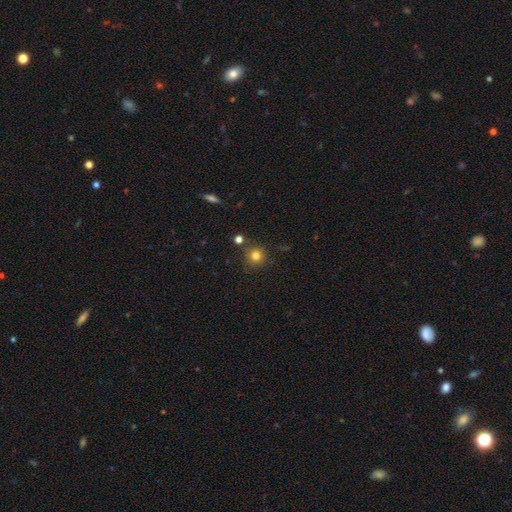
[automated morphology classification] A smooth galaxy with no disk features (79%) that is round (93%).

Vote fractions:
- Smooth or featured? smooth: 79% / star or artifact: 14% / featured or disk: 7%
- How rounded? round: 93% / in between: 6% / cigar-shaped: 1%
- Merging? none: 82% / minor disturbance: 9% / merger: 6% / major disturbance: 3%